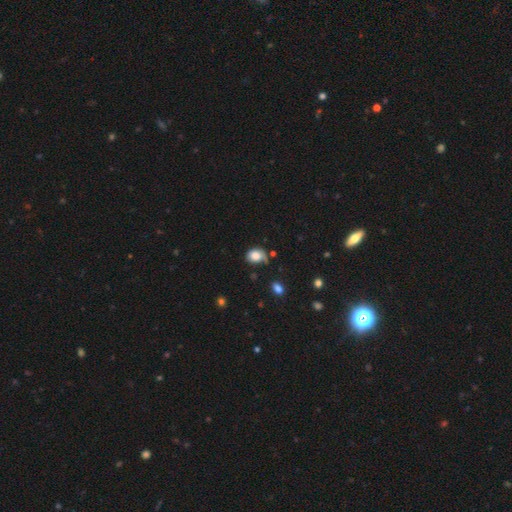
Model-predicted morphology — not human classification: Smooth or featured: smooth — 81% (featured or disk — 10%)
How rounded: in between — 55% (round — 44%)
Merging: none — 49% (minor disturbance — 31%)